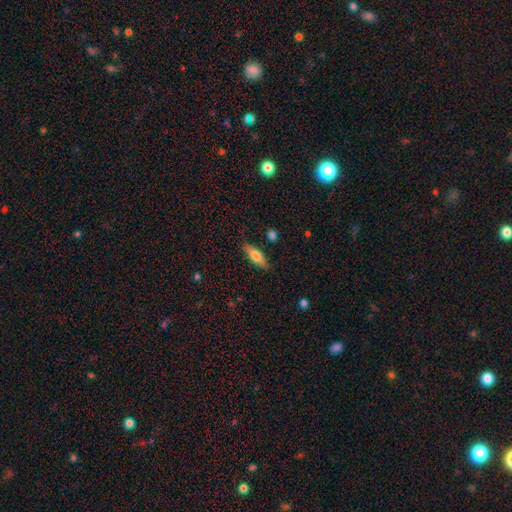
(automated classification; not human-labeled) Smooth or featured? Predicted: smooth (p=0.65). How rounded? Predicted: in between (p=0.50). Merging? Predicted: none (p=0.85).